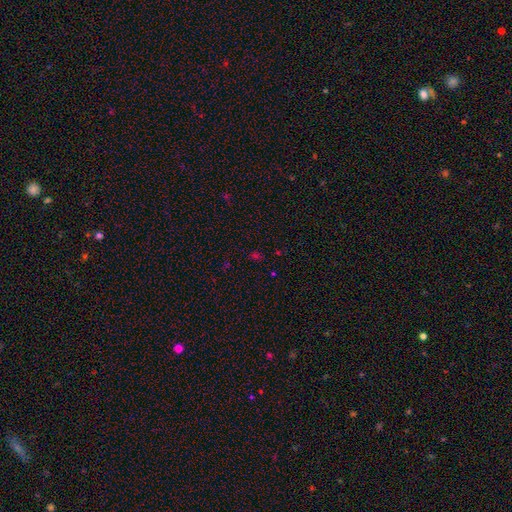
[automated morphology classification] smooth_or_featured: star or artifact (p=0.49) [alt: smooth p=0.44]